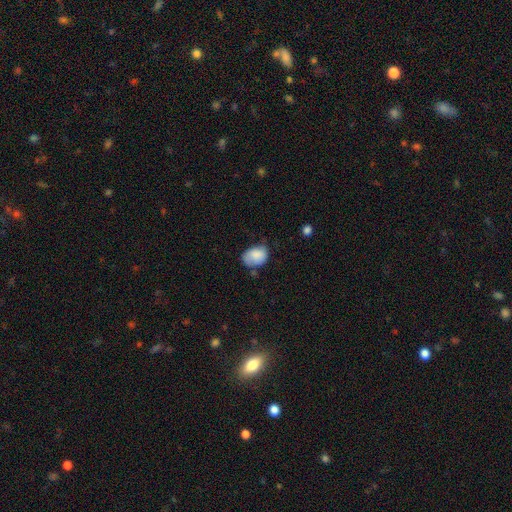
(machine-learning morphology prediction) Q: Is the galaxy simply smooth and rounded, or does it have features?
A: smooth — 82%.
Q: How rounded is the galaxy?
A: in between — 72%.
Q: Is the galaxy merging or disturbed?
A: none — 46%.